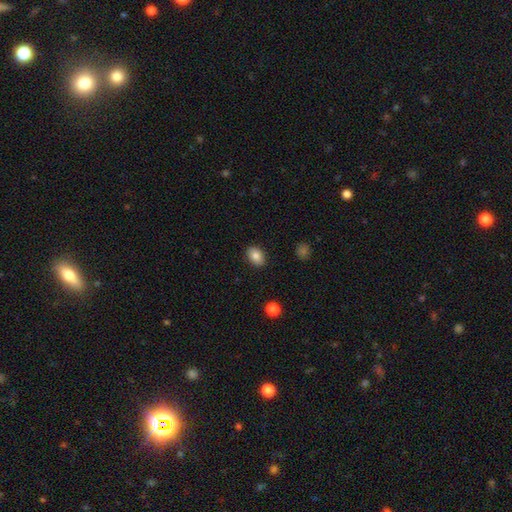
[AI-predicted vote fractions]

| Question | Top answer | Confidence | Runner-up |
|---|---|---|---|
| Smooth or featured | smooth | 85% | star or artifact (8%) |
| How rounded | in between | 81% | round (18%) |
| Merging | none | 88% | minor disturbance (9%) |